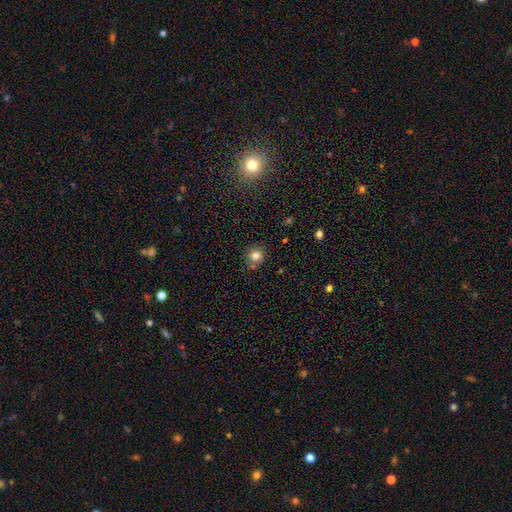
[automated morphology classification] Smooth or featured? smooth (80%)
How rounded? round (89%)
Merging? none (76%)